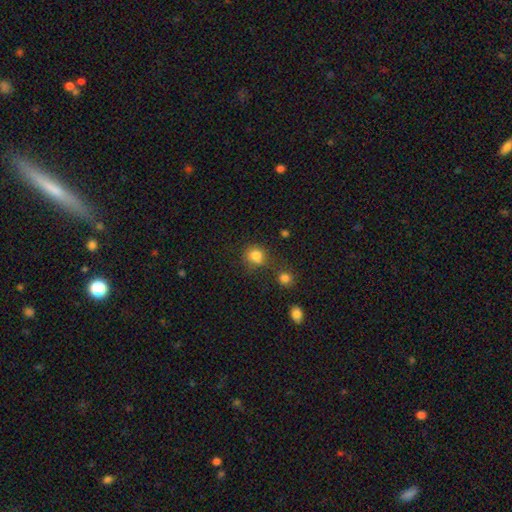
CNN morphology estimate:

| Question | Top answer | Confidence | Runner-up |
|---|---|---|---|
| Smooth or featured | smooth | 82% | star or artifact (12%) |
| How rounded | round | 81% | in between (18%) |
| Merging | none | 64% | minor disturbance (16%) |